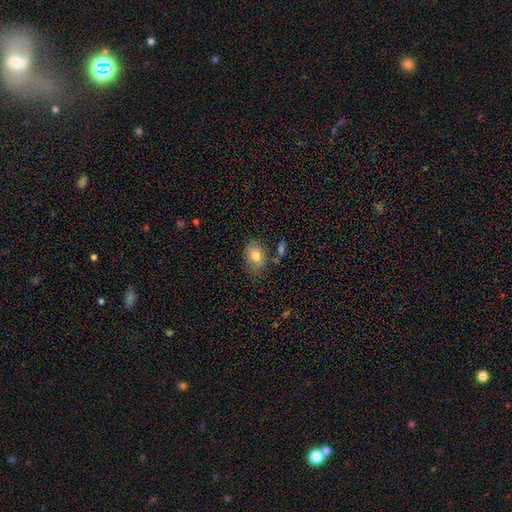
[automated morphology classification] smooth 80%, featured or disk 12%, star or artifact 8%. Down the decision tree: how rounded — in between (77%); merging — none (63%).